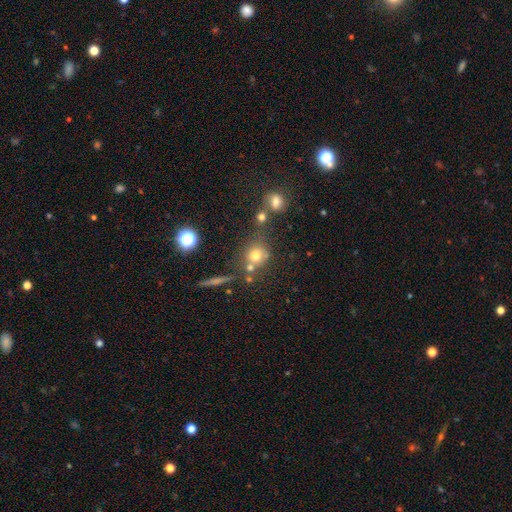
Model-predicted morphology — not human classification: smooth 70%, star or artifact 17%, featured or disk 13%. Down the decision tree: how rounded — round (84%); merging — none (59%).